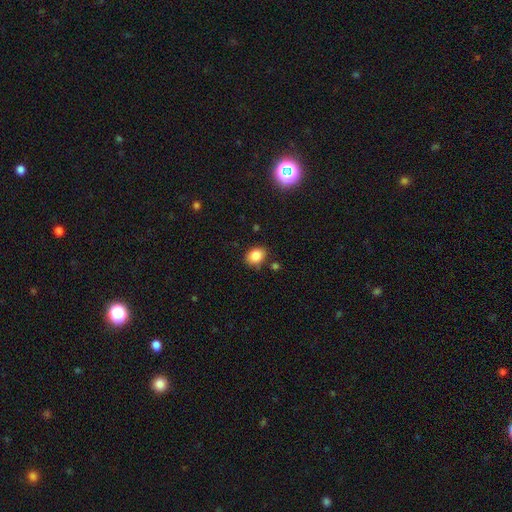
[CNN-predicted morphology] This is clearly a smooth galaxy (85%). How rounded: likely in between (61%). Merging: clearly none (81%).